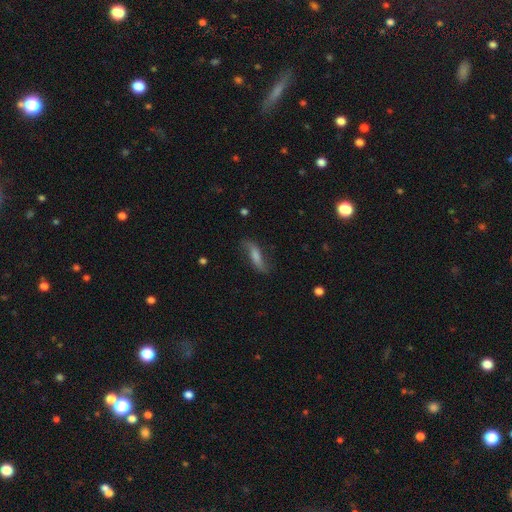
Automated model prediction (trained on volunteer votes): The model was most divided on "smooth or featured": featured or disk: 52%, smooth: 38%, star or artifact: 9%. More confident: merging — none (73%); edge-on disk — no (69%).